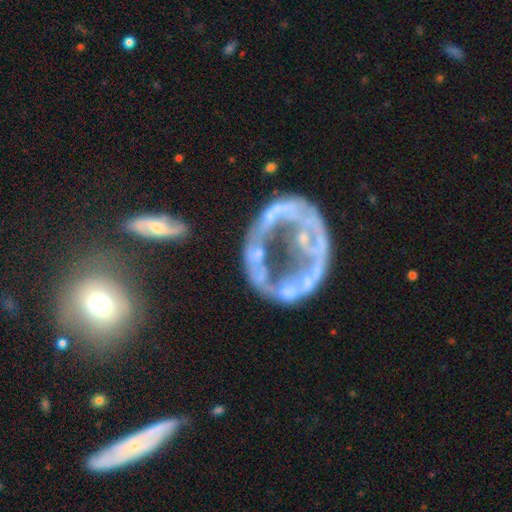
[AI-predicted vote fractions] A featured or disk galaxy (68%) with no bar (70%), no spiral arms (68%) and no central bulge (52%). Merging: major disturbance (35%).